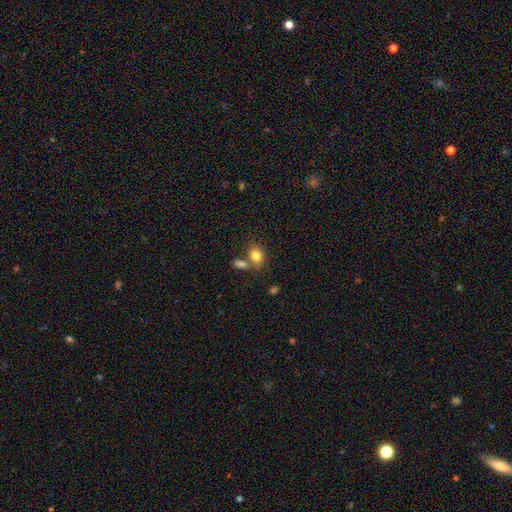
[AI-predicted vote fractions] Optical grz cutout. It shows a smooth galaxy with no disk features (81%) that is in between round and cigar-shaped (64%). Merging: none (54%).